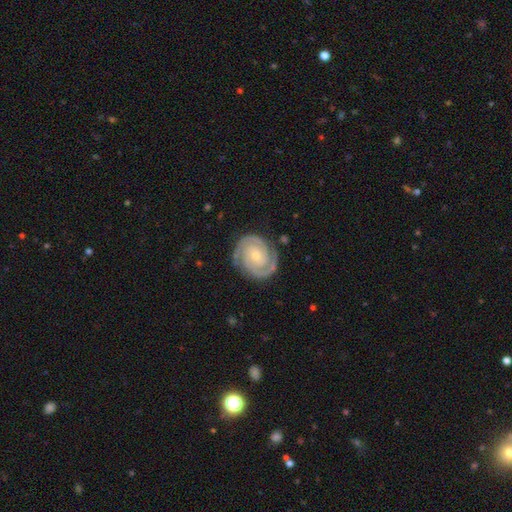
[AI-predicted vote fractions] Smooth or featured? Predicted: featured or disk (p=0.91). Edge-on disk? Predicted: no (p=0.98). Bar? Predicted: no (p=0.66). Spiral arms? Predicted: yes (p=0.98). Spiral winding? Predicted: tight (p=0.76). Spiral arm count? Predicted: 2 (p=0.87). Bulge size? Predicted: small (p=0.63). Merging? Predicted: none (p=0.83).